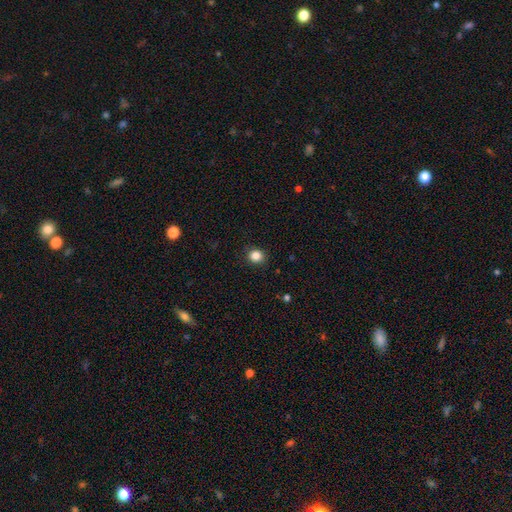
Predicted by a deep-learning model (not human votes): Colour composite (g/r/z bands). It shows a smooth galaxy with no disk features (85%) that is round (83%). Merging: none (90%).